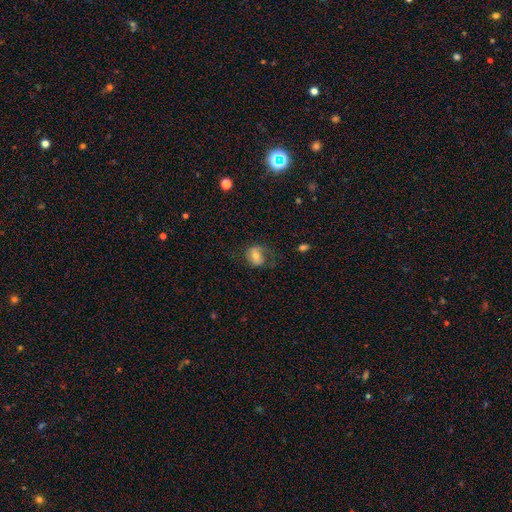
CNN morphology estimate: This appears to be a featured or disk galaxy (46%). Merging: none (53%).